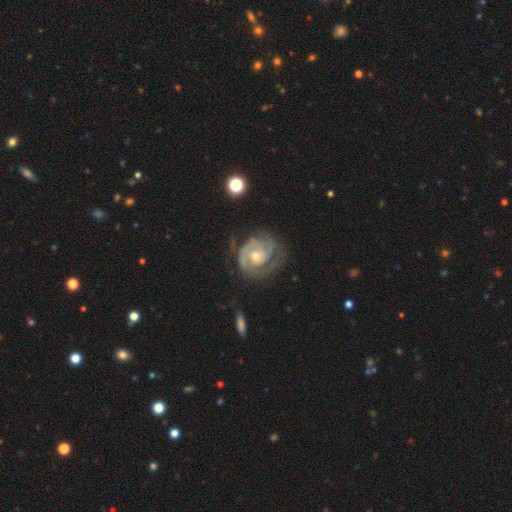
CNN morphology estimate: Overall: featured or disk (90%). Edge-on disk: no (98%). Bar: no (72%). Spiral arms: yes (97%). Spiral arm count: 2 (53%; 3 21%). Spiral winding: tight (68%). Bulge size: moderate (58%; small 37%). Merging: none (66%).